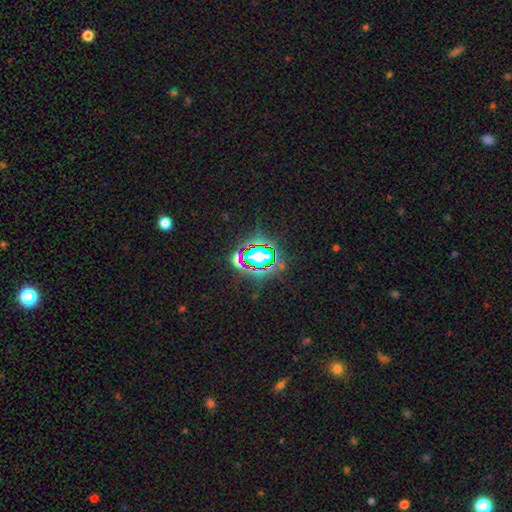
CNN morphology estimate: Smooth or featured? Predicted: star or artifact (p=0.74).